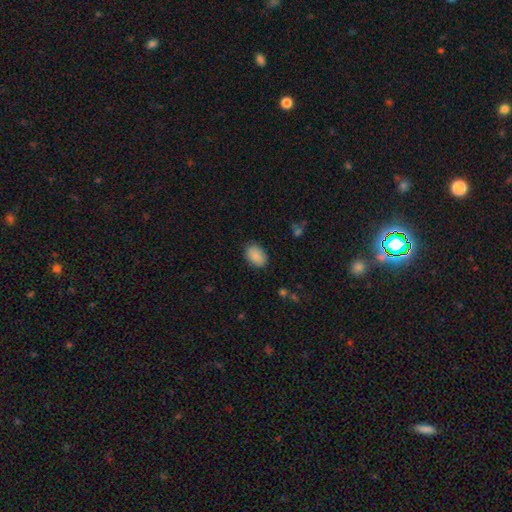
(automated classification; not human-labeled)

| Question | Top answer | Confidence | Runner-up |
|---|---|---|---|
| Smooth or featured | smooth | 89% | star or artifact (7%) |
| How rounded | in between | 85% | round (14%) |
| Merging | none | 85% | minor disturbance (11%) |